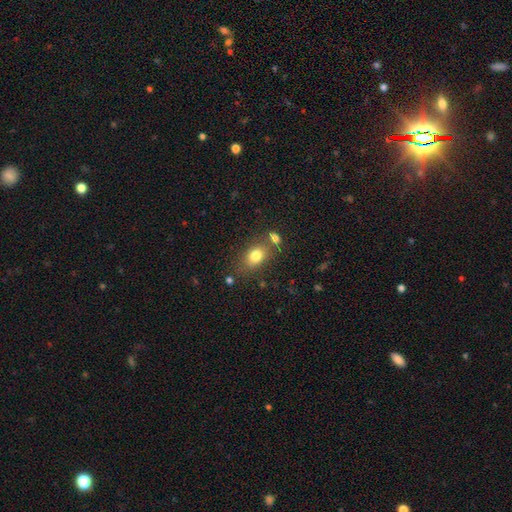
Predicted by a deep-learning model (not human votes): smooth-or-featured: smooth: 79% | featured or disk: 11% | star or artifact: 10%
  how-rounded: in between: 73% | round: 26% | cigar-shaped: 2%
  merging: none: 65% | merger: 15% | minor disturbance: 15% | major disturbance: 5%